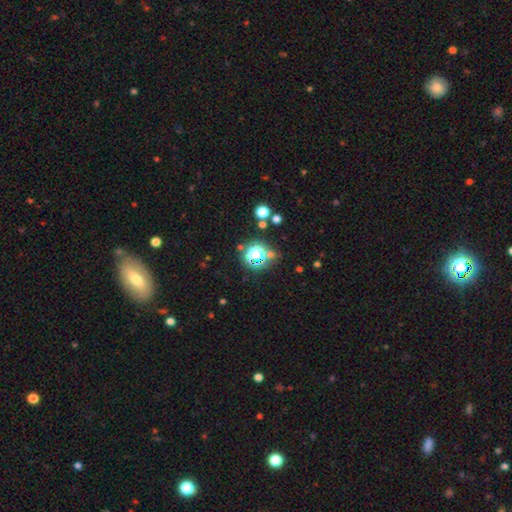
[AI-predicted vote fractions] Overall: star or artifact (57%; smooth 33%).